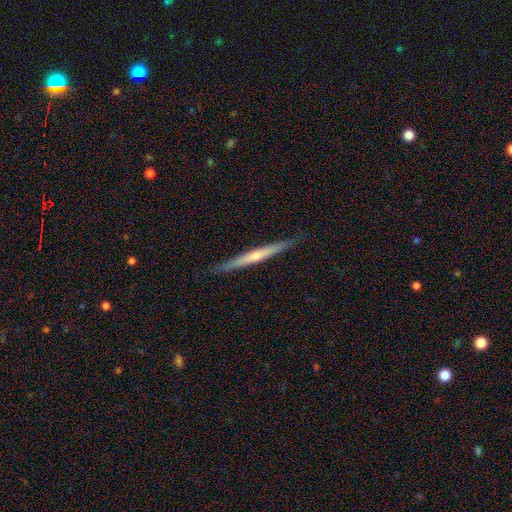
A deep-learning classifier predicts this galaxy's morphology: A featured or disk galaxy (58%) viewed edge-on (97%) with a rounded central bulge (48%).

Vote fractions:
- Smooth or featured? featured or disk: 58% / smooth: 37% / star or artifact: 5%
- Edge-on disk? yes: 97% / no: 3%
- Edge-on bulge? rounded: 48% / none: 47% / boxy: 4%
- Merging? none: 89% / minor disturbance: 8% / major disturbance: 1% / merger: 1%